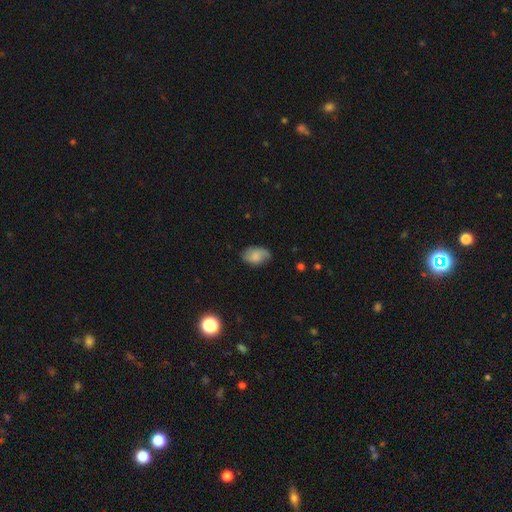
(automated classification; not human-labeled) Q: Smooth or featured?
A: smooth (76%); runner-up: featured or disk (16%)
Q: How rounded?
A: in between (90%); runner-up: round (8%)
Q: Merging?
A: none (72%); runner-up: minor disturbance (23%)